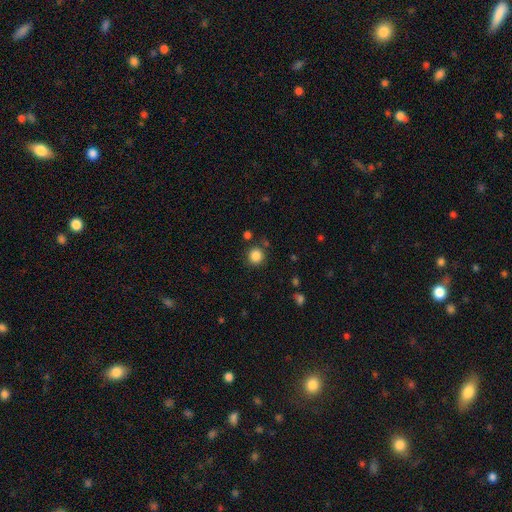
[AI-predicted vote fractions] Smooth or featured: smooth — 86% (star or artifact — 11%)
How rounded: round — 93% (in between — 6%)
Merging: none — 86% (minor disturbance — 8%)